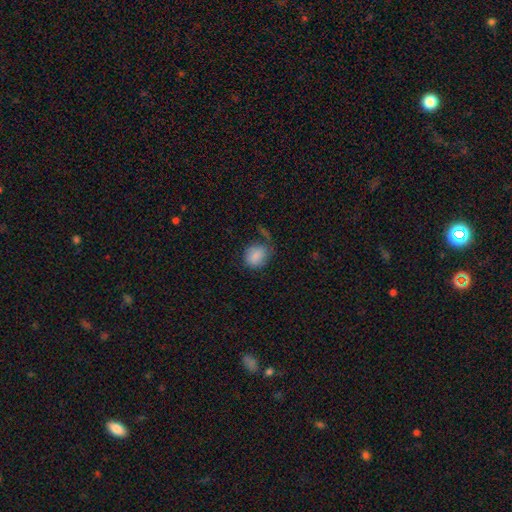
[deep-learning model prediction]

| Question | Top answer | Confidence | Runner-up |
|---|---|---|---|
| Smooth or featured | smooth | 84% | star or artifact (8%) |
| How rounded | round | 62% | in between (37%) |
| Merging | none | 54% | minor disturbance (24%) |